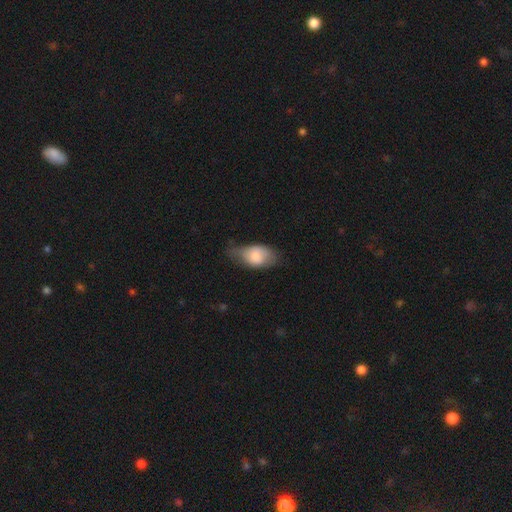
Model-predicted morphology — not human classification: Smooth or featured?
  - smooth: 73% *
  - featured or disk: 20%
  - star or artifact: 7%
How rounded?
  - in between: 90% *
  - round: 7%
  - cigar-shaped: 3%
Merging?
  - minor disturbance: 43% *
  - none: 38%
  - major disturbance: 16%
  - merger: 2%